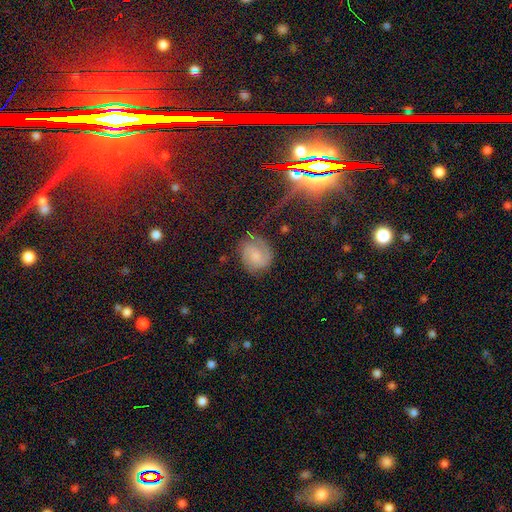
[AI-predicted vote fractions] Smooth or featured?
  - featured or disk: 54% *
  - smooth: 36%
  - star or artifact: 10%
Edge-on disk?
  - no: 97% *
  - yes: 3%
Bar?
  - no: 49% *
  - weak: 42%
  - strong: 9%
Spiral arms?
  - yes: 90% *
  - no: 10%
Bulge size?
  - small: 51% *
  - moderate: 28%
  - none: 16%
  - large: 3%
  - dominant: 1%
Merging?
  - none: 71% *
  - minor disturbance: 19%
  - major disturbance: 8%
  - merger: 2%